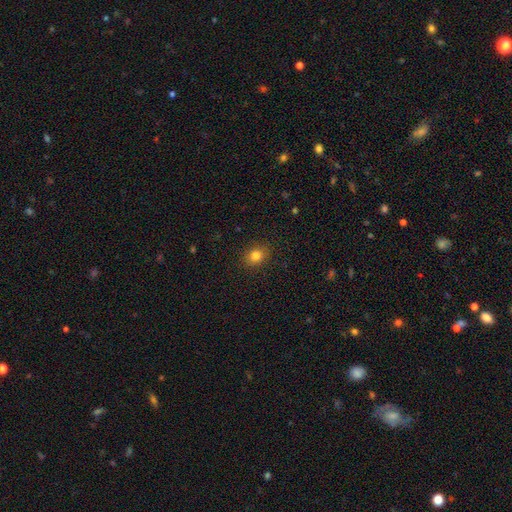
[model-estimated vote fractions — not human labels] Smooth or featured? smooth (82%)
How rounded? round (59%)
Merging? none (89%)